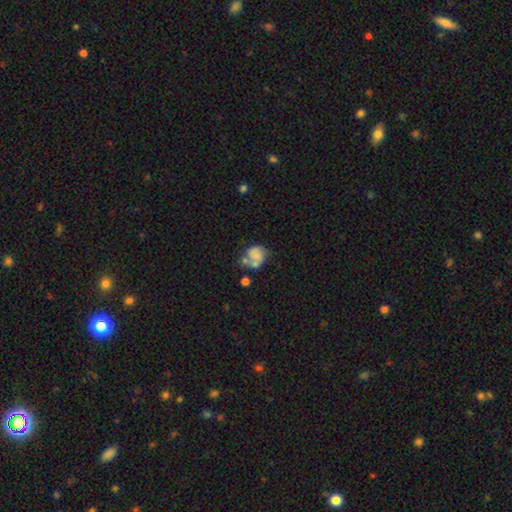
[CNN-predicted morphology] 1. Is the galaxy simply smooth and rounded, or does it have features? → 49% featured or disk, 42% smooth, 10% star or artifact.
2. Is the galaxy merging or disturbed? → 35% none, 27% merger, 22% minor disturbance, 16% major disturbance.